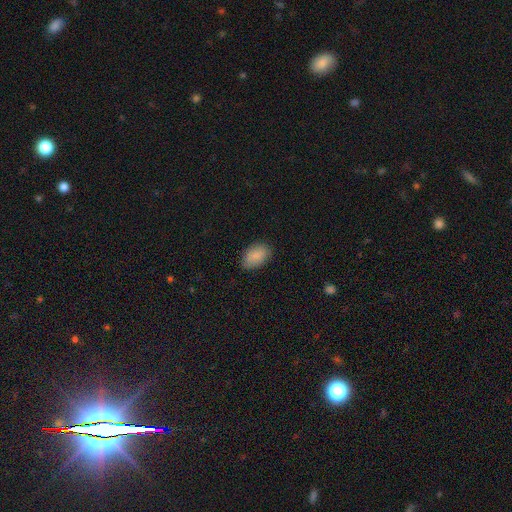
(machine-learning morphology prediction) smooth-or-featured: smooth: 89% | star or artifact: 7% | featured or disk: 5%
  how-rounded: in between: 90% | round: 9% | cigar-shaped: 1%
  merging: none: 83% | minor disturbance: 13% | major disturbance: 3% | merger: 1%